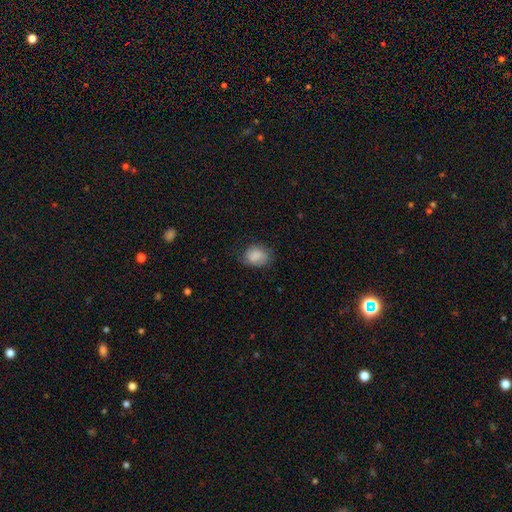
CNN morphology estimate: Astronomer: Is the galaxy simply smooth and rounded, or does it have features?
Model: smooth — 83%.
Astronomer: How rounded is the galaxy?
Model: in between — 64%.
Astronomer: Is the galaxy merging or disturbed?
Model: none — 69%.